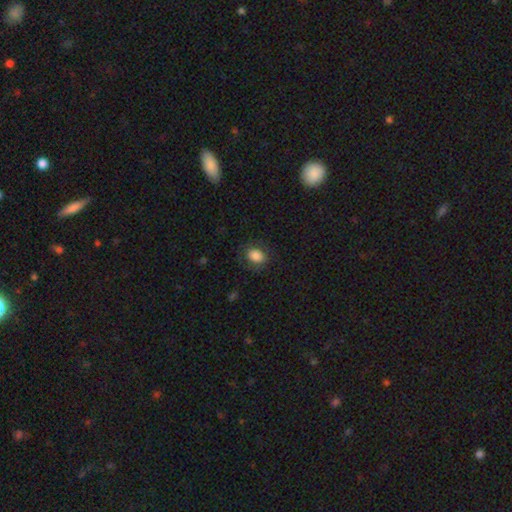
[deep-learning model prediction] Smooth or featured?
  - smooth: 83% *
  - featured or disk: 9%
  - star or artifact: 8%
How rounded?
  - in between: 60% *
  - round: 39%
  - cigar-shaped: 1%
Merging?
  - none: 78% *
  - minor disturbance: 14%
  - major disturbance: 7%
  - merger: 1%